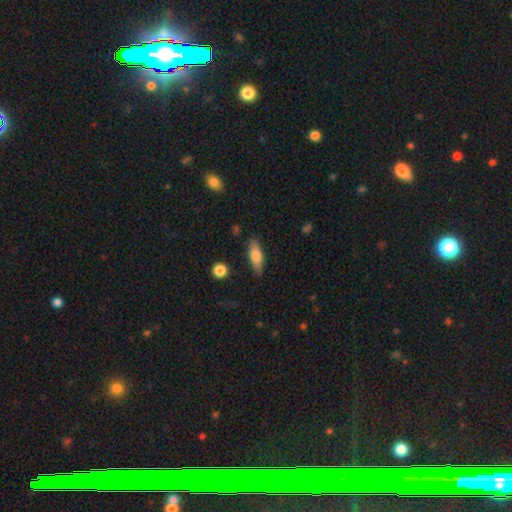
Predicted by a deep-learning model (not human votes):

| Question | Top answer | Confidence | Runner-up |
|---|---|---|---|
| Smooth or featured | smooth | 69% | featured or disk (24%) |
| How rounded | in between | 55% | cigar-shaped (42%) |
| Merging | none | 85% | minor disturbance (11%) |